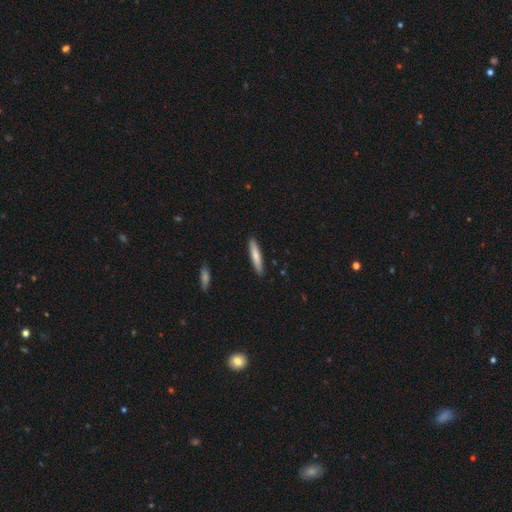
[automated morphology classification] Smooth or featured: smooth — 73% (featured or disk — 21%)
How rounded: cigar-shaped — 89% (in between — 9%)
Merging: none — 90% (minor disturbance — 7%)